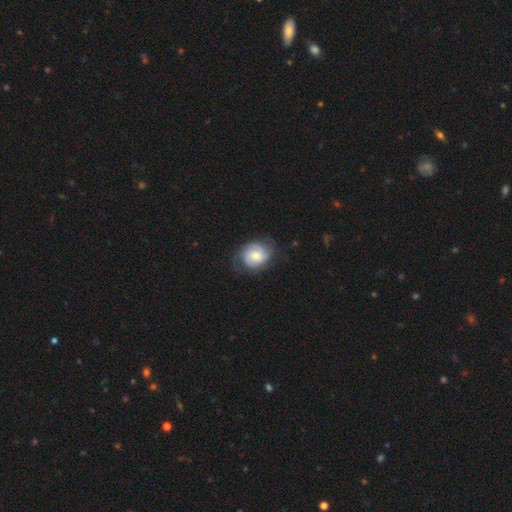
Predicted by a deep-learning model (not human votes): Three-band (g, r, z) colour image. It shows a featured or disk galaxy (53%) with no bar (65%), spiral arms (86%) and a moderate central bulge (51%). Merging: none (67%).